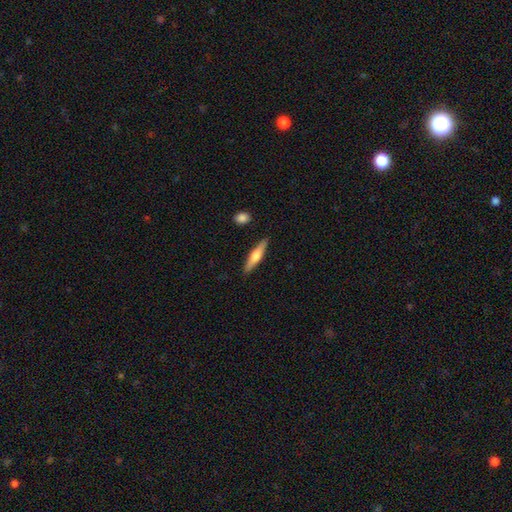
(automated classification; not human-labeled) smooth 51%, featured or disk 44%, star or artifact 5%. Down the decision tree: how rounded — cigar-shaped (81%); merging — none (88%).